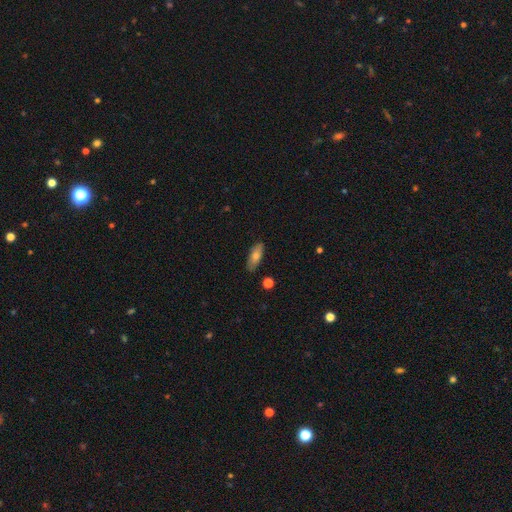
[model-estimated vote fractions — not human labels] This is likely a smooth galaxy (71%). How rounded: likely in between (74%). Merging: clearly none (85%).